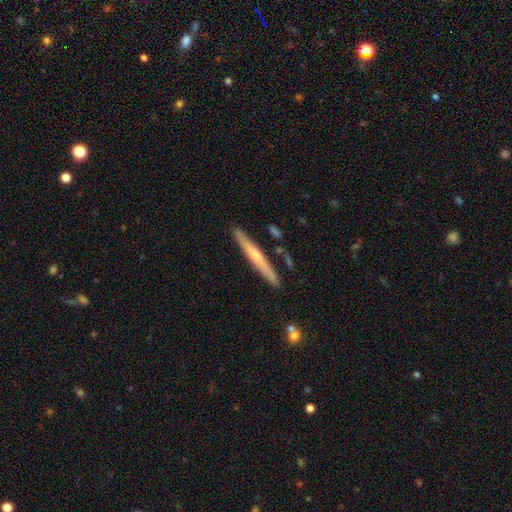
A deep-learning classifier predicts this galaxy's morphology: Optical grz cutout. It shows a featured or disk galaxy (55%) viewed edge-on (96%) with a rounded central bulge (59%). Merging: none (89%).